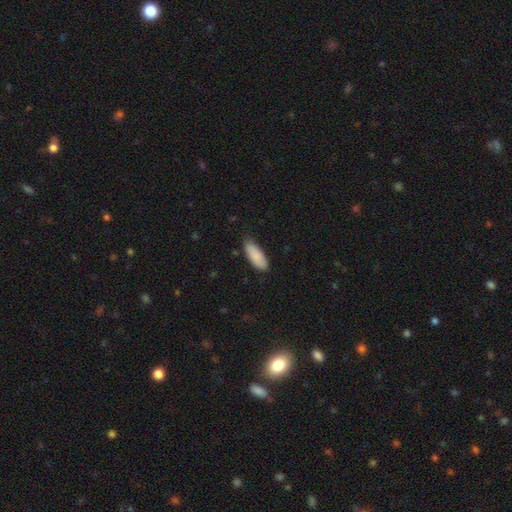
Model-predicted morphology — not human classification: The model was most divided on "how rounded": in between: 75%, cigar-shaped: 24%, round: 2%. More confident: smooth or featured — smooth (86%); merging — none (77%).